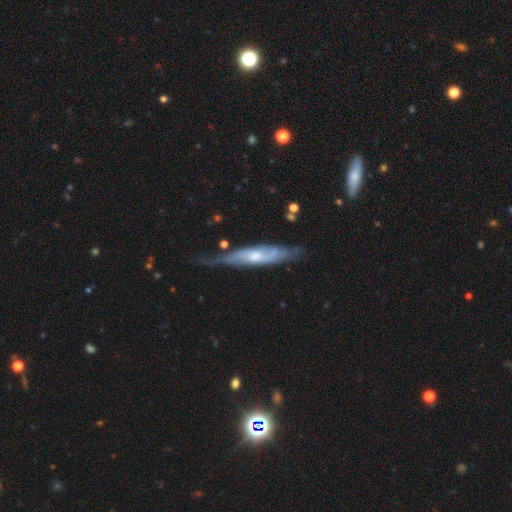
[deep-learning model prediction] This appears to be a featured or disk galaxy (65%) viewed edge-on (56%). Merging: none (50%).